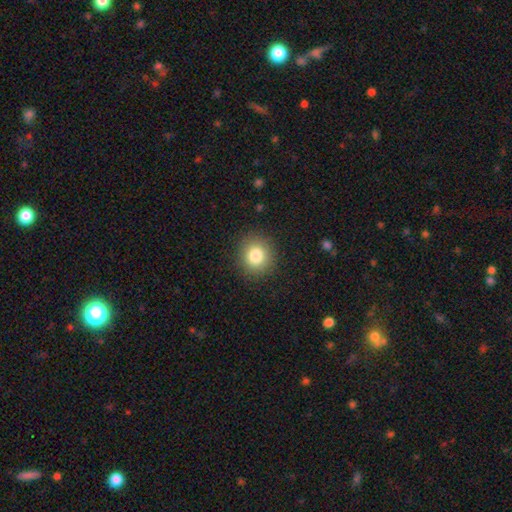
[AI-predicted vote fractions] The model was most divided on "smooth or featured": smooth: 83%, star or artifact: 10%, featured or disk: 7%. More confident: merging — none (89%); how rounded — round (87%).